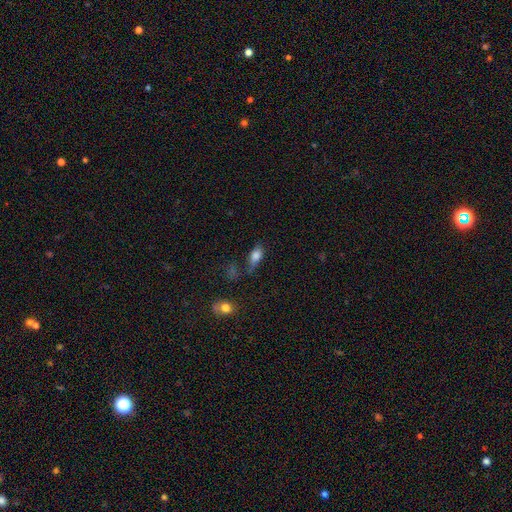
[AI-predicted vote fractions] smooth_or_featured: smooth (p=0.79) [alt: featured or disk p=0.11]
how_rounded: in between (p=0.82) [alt: round p=0.10]
merging: none (p=0.46) [alt: minor disturbance p=0.28]